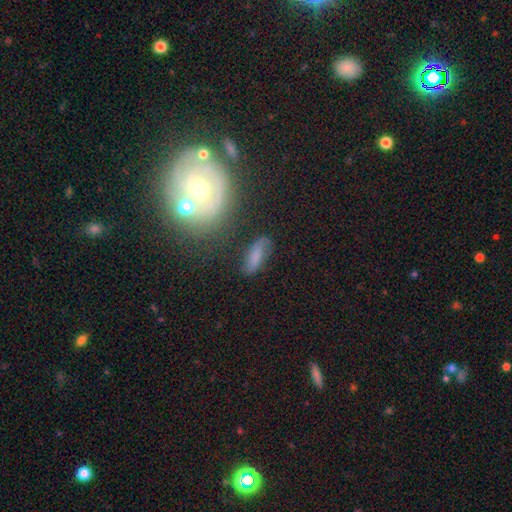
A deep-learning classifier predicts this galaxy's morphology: Smooth or featured? Predicted: smooth (p=0.58). How rounded? Predicted: in between (p=0.57). Merging? Predicted: none (p=0.67).